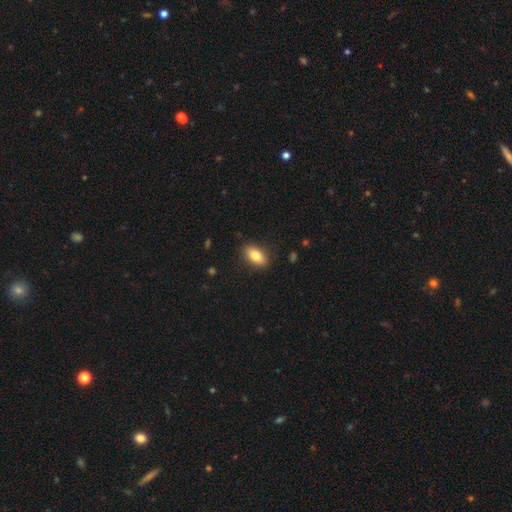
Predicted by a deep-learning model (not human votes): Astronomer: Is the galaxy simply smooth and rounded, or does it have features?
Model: smooth — 81%.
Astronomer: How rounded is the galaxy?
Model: in between — 89%.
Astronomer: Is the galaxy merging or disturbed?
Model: none — 87%.